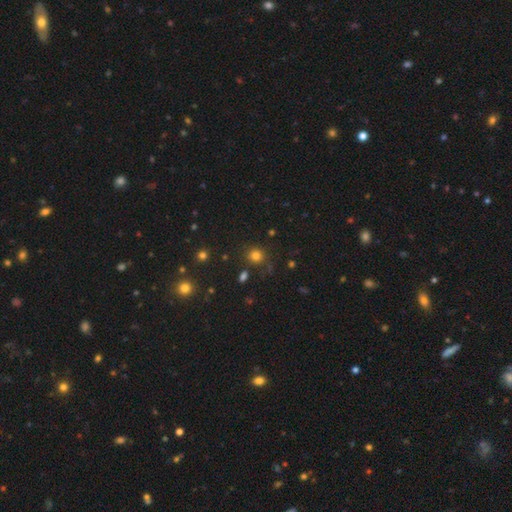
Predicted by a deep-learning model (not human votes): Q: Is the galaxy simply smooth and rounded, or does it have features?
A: smooth — 78%.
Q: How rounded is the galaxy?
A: round — 87%.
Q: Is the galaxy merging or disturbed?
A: none — 83%.